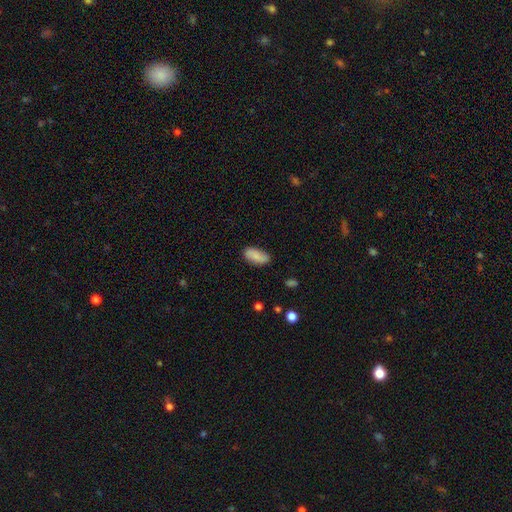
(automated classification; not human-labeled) Smooth or featured?
  - smooth: 85% *
  - featured or disk: 8%
  - star or artifact: 7%
How rounded?
  - in between: 88% *
  - cigar-shaped: 10%
  - round: 2%
Merging?
  - none: 80% *
  - minor disturbance: 15%
  - major disturbance: 3%
  - merger: 2%